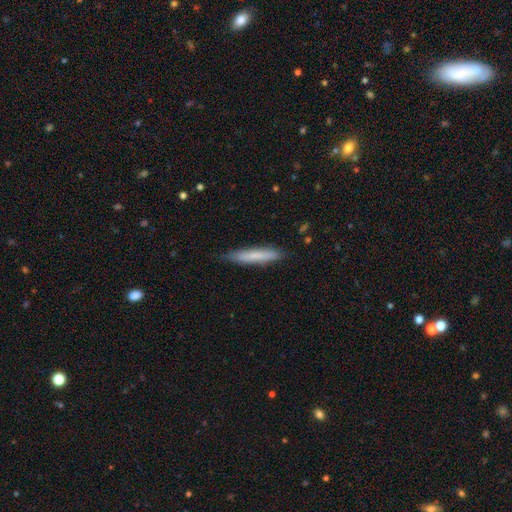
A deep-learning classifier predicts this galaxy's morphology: Smooth or featured? smooth (74%)
How rounded? cigar-shaped (91%)
Merging? none (82%)